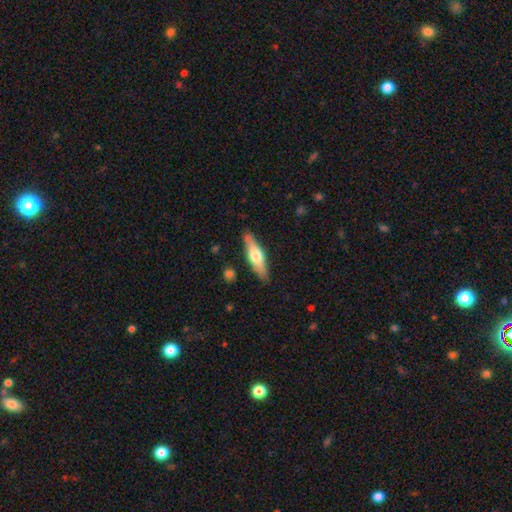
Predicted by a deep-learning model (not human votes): This appears to be a featured or disk galaxy (50%). Merging: none (87%).